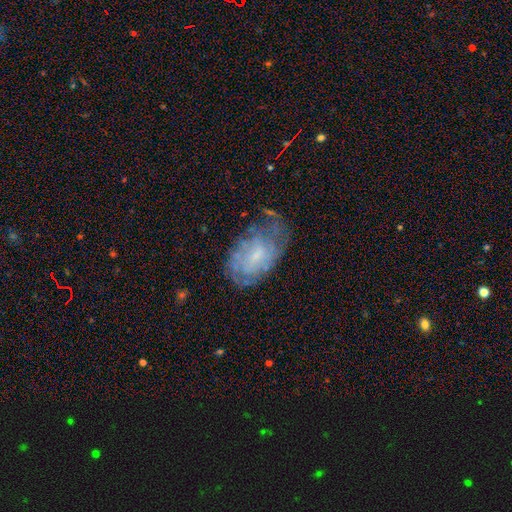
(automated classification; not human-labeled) Smooth or featured: featured or disk — 60% (smooth — 30%)
Edge-on disk: no — 95% (yes — 5%)
Bar: no — 62% (weak — 32%)
Spiral arms: yes — 70% (no — 30%)
Bulge size: small — 55% (moderate — 24%)
Merging: none — 58% (minor disturbance — 27%)